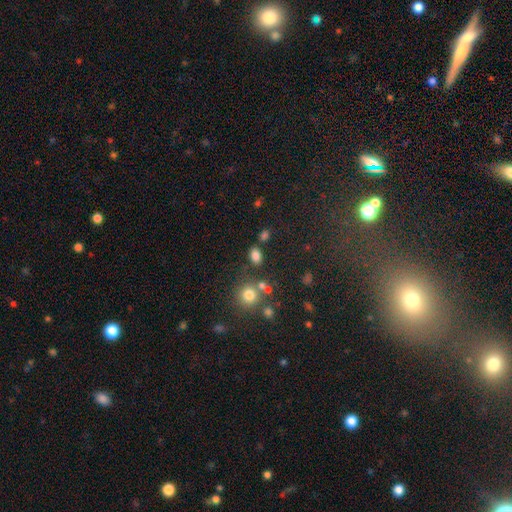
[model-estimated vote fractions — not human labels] The model was most divided on "merging": none: 74%, minor disturbance: 12%, merger: 10%, major disturbance: 4%. More confident: how rounded — in between (82%); smooth or featured — smooth (80%).